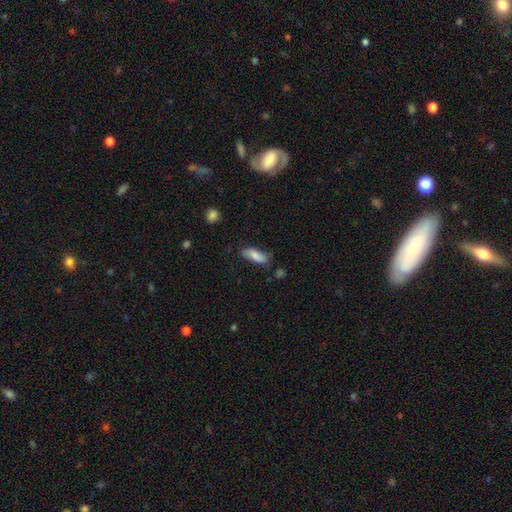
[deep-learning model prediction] This is likely a smooth galaxy (77%). How rounded: likely in between (70%). Merging: likely none (65%).